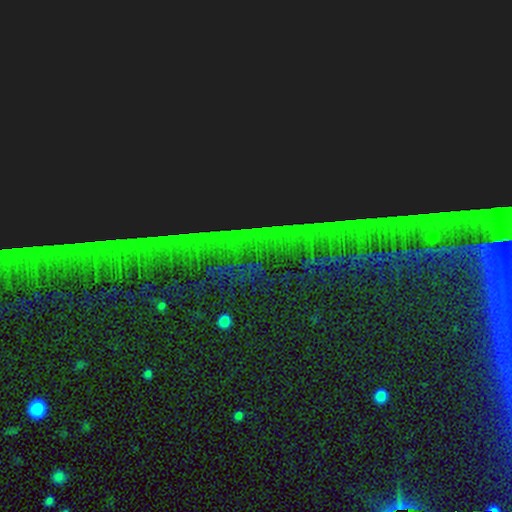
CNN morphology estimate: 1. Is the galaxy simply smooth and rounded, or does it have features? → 87% star or artifact, 6% featured or disk, 6% smooth.